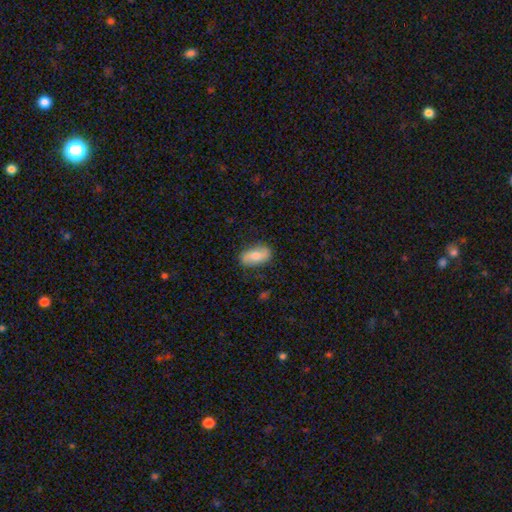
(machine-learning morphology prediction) Smooth or featured? smooth (67%)
How rounded? in between (90%)
Merging? none (80%)